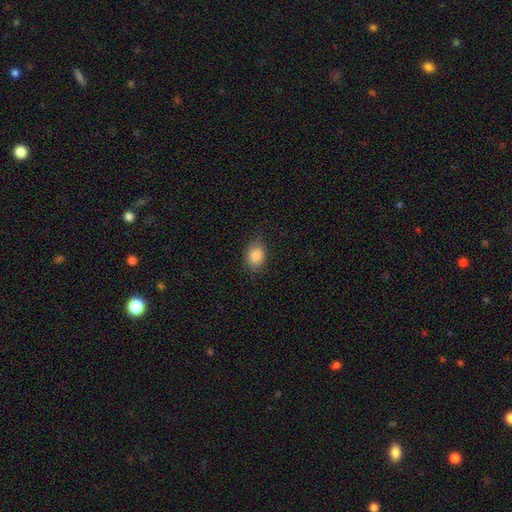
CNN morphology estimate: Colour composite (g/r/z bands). It shows a smooth galaxy with no disk features (86%) that is in between round and cigar-shaped (66%). Merging: none (75%).